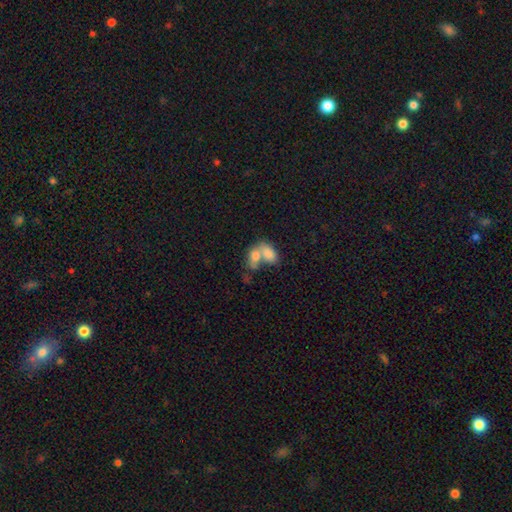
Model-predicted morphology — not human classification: Overall: smooth (60%; featured or disk 26%). How rounded: in between (78%). Merging: merger (69%).